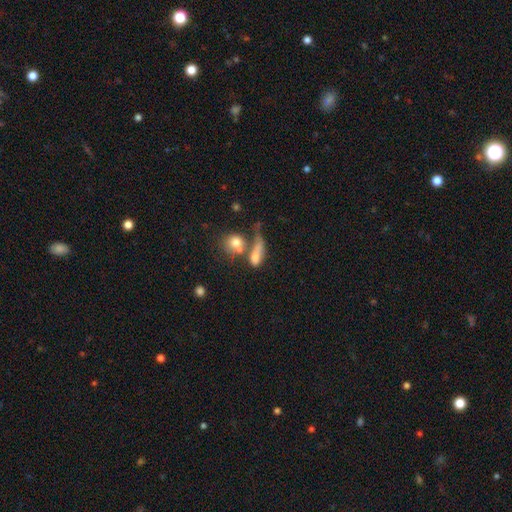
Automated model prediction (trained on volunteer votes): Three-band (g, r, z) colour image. It shows a smooth galaxy with no disk features (69%) that is in between round and cigar-shaped (59%). Merging: merger (39%).